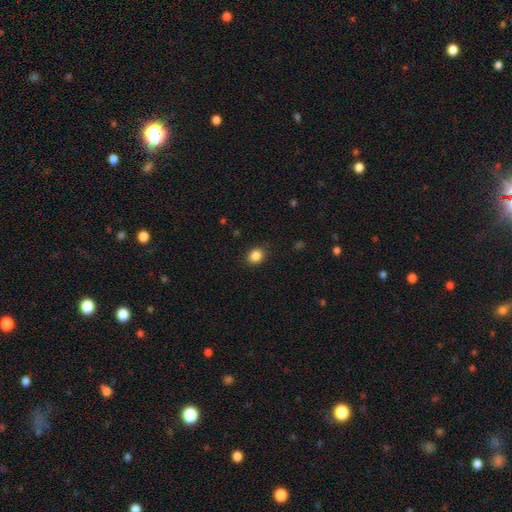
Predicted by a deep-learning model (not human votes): The model was most divided on "how rounded": round: 66%, in between: 33%, cigar-shaped: 1%. More confident: merging — none (88%); smooth or featured — smooth (86%).